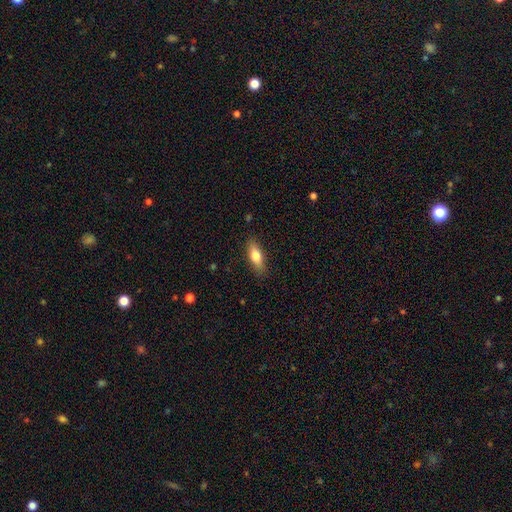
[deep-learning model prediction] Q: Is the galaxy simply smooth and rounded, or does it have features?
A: smooth — 76%.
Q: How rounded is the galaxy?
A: in between — 69%.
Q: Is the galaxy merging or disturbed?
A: none — 84%.